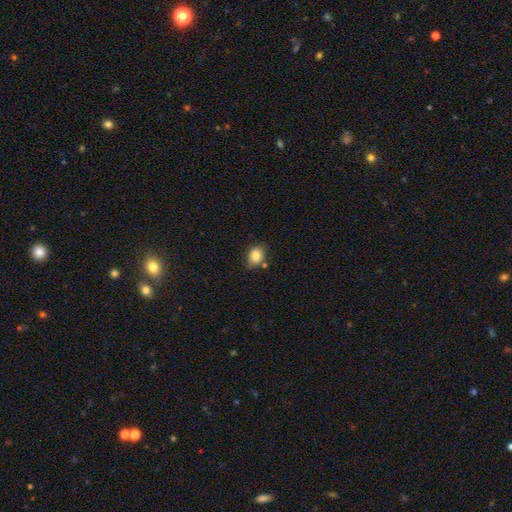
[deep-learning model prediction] Overall: smooth (84%). How rounded: in between (54%; round 45%). Merging: none (73%).